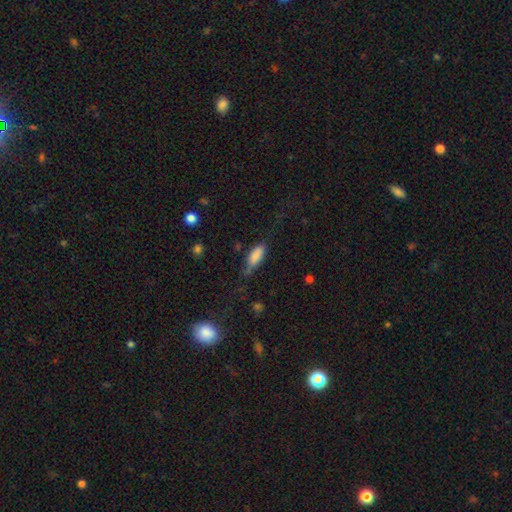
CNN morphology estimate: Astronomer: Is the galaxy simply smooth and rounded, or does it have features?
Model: smooth — 75%.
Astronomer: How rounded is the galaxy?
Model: in between — 71%.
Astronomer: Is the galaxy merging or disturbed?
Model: none — 43% (runner-up: minor disturbance, 36%).